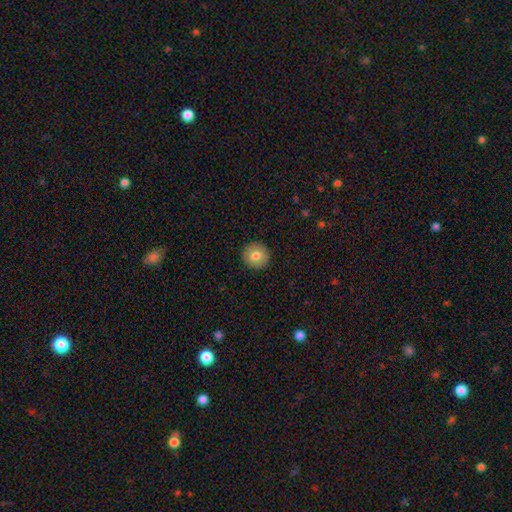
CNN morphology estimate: Q: Smooth or featured?
A: smooth (79%); runner-up: featured or disk (13%)
Q: How rounded?
A: round (95%); runner-up: in between (4%)
Q: Merging?
A: none (92%); runner-up: minor disturbance (5%)